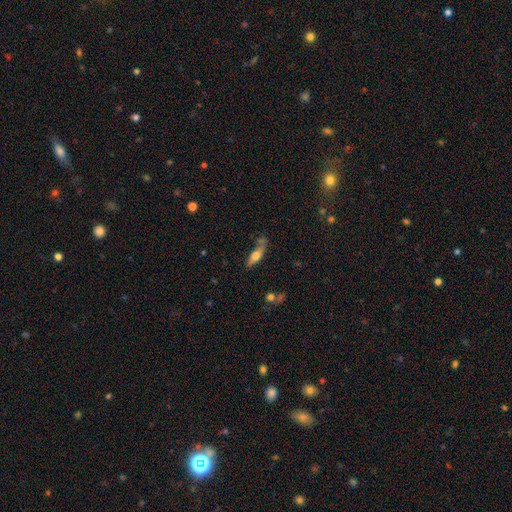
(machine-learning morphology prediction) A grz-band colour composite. It shows a smooth galaxy with no disk features (50%) that is cigar-shaped (59%). Merging: none (54%).